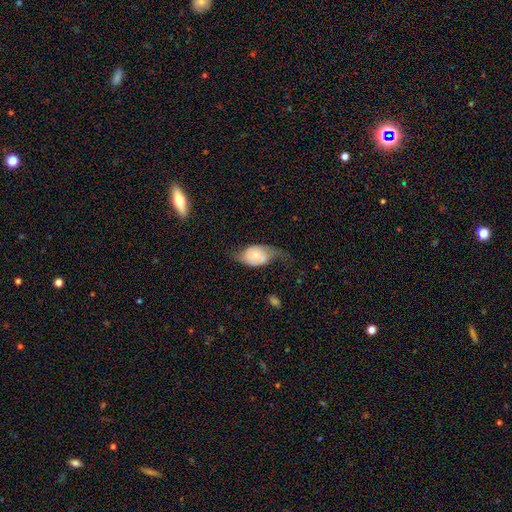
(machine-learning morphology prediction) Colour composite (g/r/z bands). It shows a featured or disk galaxy (54%). Merging: none (37%).